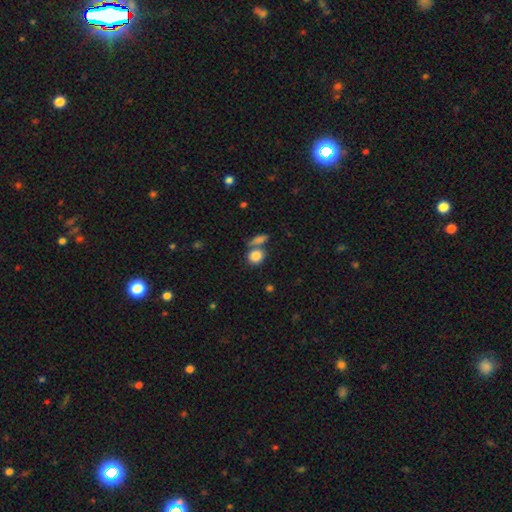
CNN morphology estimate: smooth 83%, star or artifact 9%, featured or disk 8%. Down the decision tree: how rounded — round (68%); merging — none (56%).